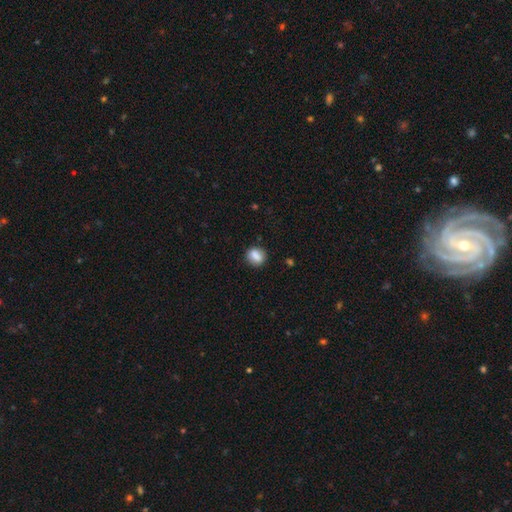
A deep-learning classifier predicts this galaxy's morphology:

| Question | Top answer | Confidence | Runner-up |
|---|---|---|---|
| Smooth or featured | smooth | 81% | featured or disk (11%) |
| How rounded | round | 56% | in between (41%) |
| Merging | none | 81% | minor disturbance (12%) |